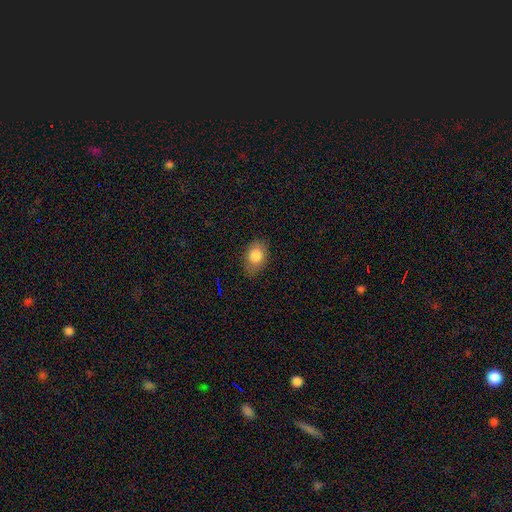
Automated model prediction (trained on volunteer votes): smooth-or-featured: smooth: 82% | featured or disk: 9% | star or artifact: 8%
  how-rounded: in between: 79% | round: 20% | cigar-shaped: 1%
  merging: none: 80% | minor disturbance: 16% | major disturbance: 4% | merger: 1%